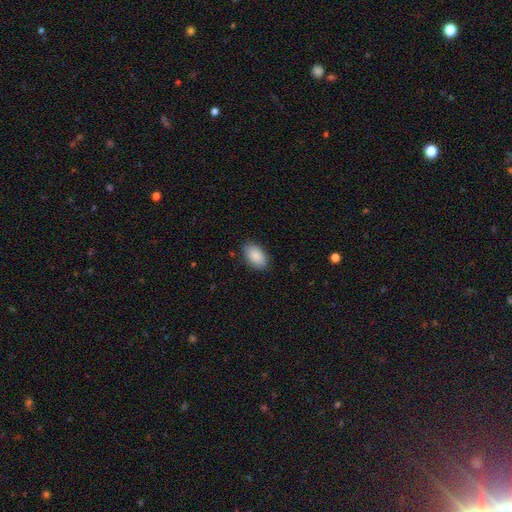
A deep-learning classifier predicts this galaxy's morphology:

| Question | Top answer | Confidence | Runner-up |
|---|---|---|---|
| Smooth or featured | smooth | 89% | star or artifact (6%) |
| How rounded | in between | 94% | round (5%) |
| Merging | none | 86% | minor disturbance (11%) |